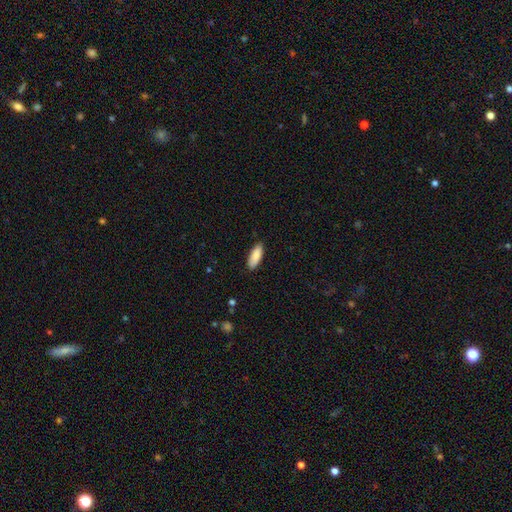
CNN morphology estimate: Smooth or featured: smooth — 87% (featured or disk — 7%)
How rounded: in between — 71% (cigar-shaped — 27%)
Merging: none — 85% (minor disturbance — 12%)